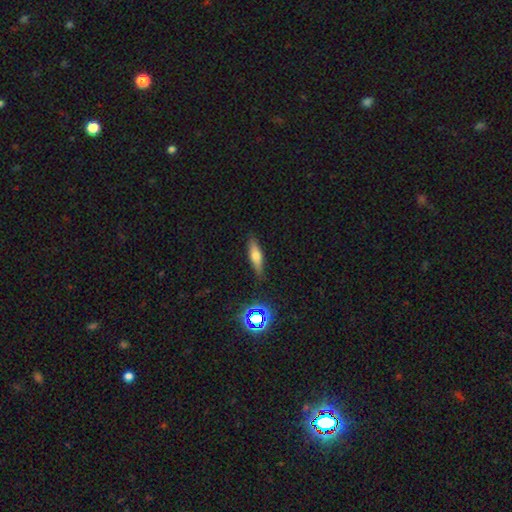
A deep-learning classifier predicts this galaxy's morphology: Smooth or featured: smooth — 60% (featured or disk — 29%)
How rounded: cigar-shaped — 62% (in between — 34%)
Merging: none — 84% (minor disturbance — 11%)